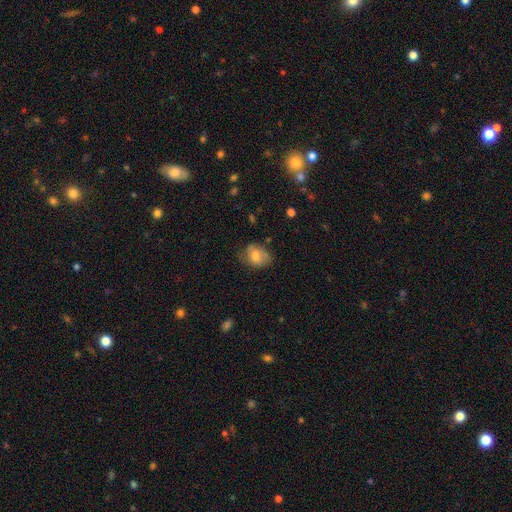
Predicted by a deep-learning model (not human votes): Smooth or featured? Predicted: smooth (p=0.69). How rounded? Predicted: in between (p=0.64). Merging? Predicted: none (p=0.61).